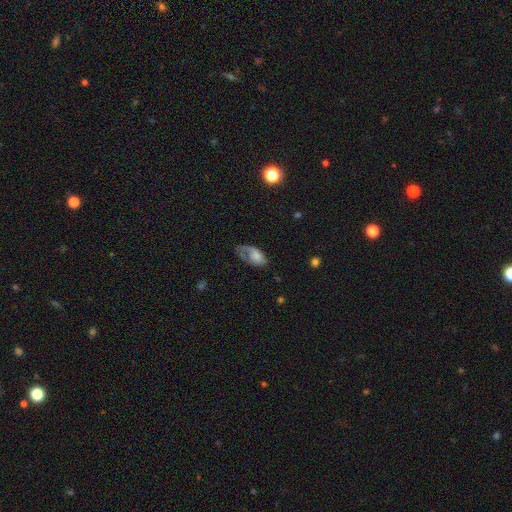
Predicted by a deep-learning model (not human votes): Overall: smooth (50%; featured or disk 42%). Merging: major disturbance (40%; none 31%).